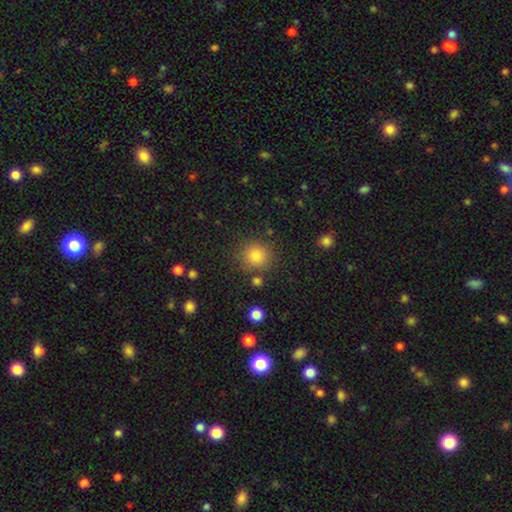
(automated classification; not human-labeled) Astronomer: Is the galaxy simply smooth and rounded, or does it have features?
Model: smooth — 84%.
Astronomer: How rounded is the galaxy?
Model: round — 90%.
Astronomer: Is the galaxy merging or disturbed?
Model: none — 83%.